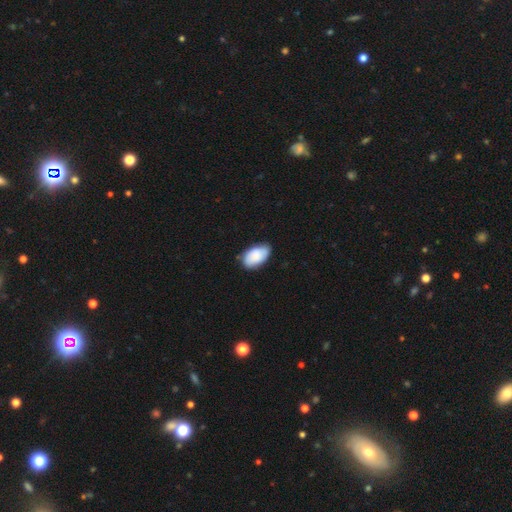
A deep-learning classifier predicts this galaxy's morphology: smooth_or_featured: smooth (p=0.80) [alt: featured or disk p=0.14]
how_rounded: in between (p=0.94) [alt: round p=0.04]
merging: none (p=0.71) [alt: minor disturbance p=0.24]